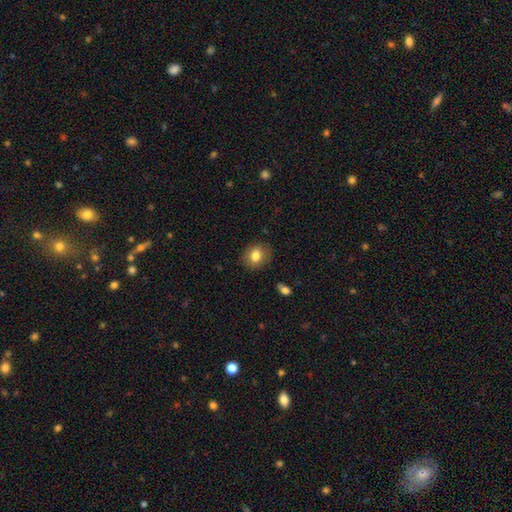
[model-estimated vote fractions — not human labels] Smooth or featured?
  - smooth: 80% *
  - featured or disk: 11%
  - star or artifact: 9%
How rounded?
  - round: 61% *
  - in between: 38%
  - cigar-shaped: 1%
Merging?
  - none: 86% *
  - minor disturbance: 10%
  - major disturbance: 3%
  - merger: 1%